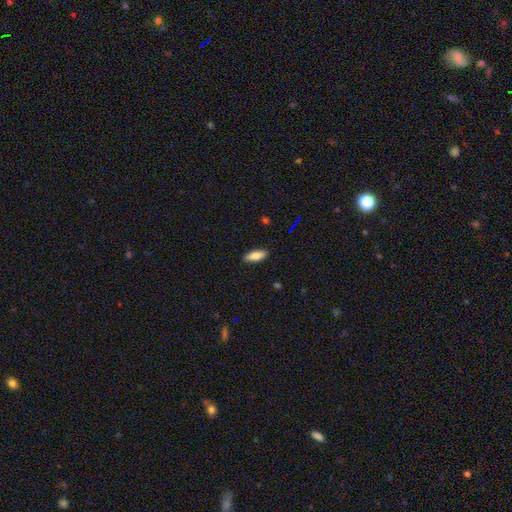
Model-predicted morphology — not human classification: smooth-or-featured: smooth: 81% | featured or disk: 12% | star or artifact: 7%
  how-rounded: in between: 71% | cigar-shaped: 27% | round: 2%
  merging: none: 89% | minor disturbance: 8% | major disturbance: 2% | merger: 1%